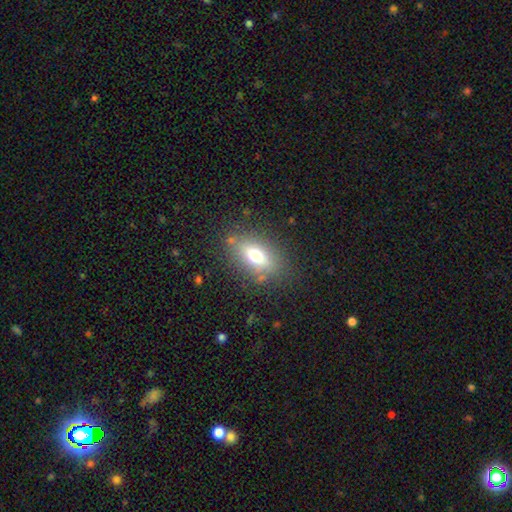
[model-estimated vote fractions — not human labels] smooth-or-featured: smooth: 63% | featured or disk: 25% | star or artifact: 12%
  how-rounded: in between: 79% | round: 11% | cigar-shaped: 10%
  merging: none: 79% | minor disturbance: 13% | major disturbance: 5% | merger: 3%